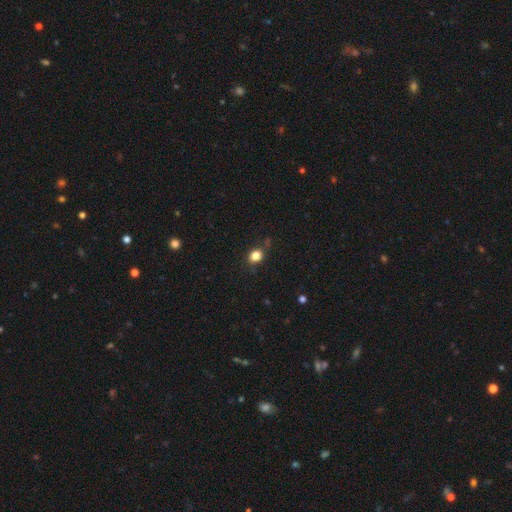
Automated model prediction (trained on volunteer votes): smooth 82%, star or artifact 12%, featured or disk 6%. Down the decision tree: how rounded — round (54%); merging — none (79%).